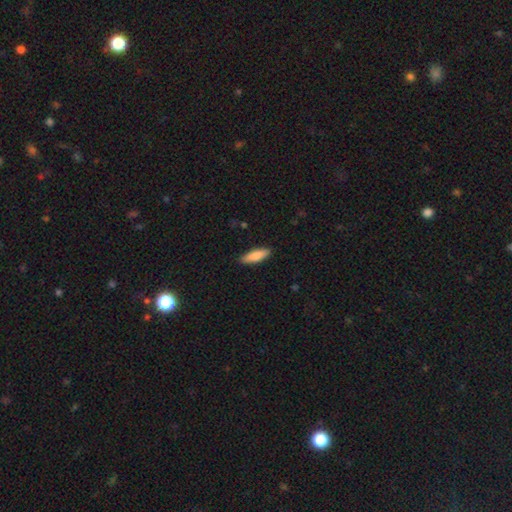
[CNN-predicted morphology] Smooth or featured: smooth — 84% (featured or disk — 11%)
How rounded: cigar-shaped — 51% (in between — 47%)
Merging: none — 89% (minor disturbance — 8%)